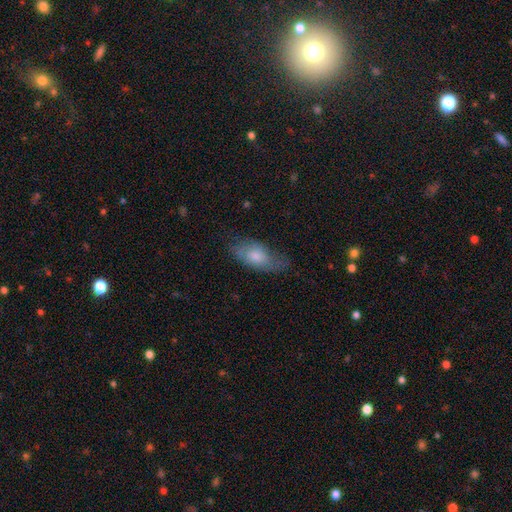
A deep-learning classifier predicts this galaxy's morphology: Smooth or featured: smooth — 67% (featured or disk — 27%)
How rounded: in between — 86% (cigar-shaped — 11%)
Merging: none — 60% (minor disturbance — 28%)